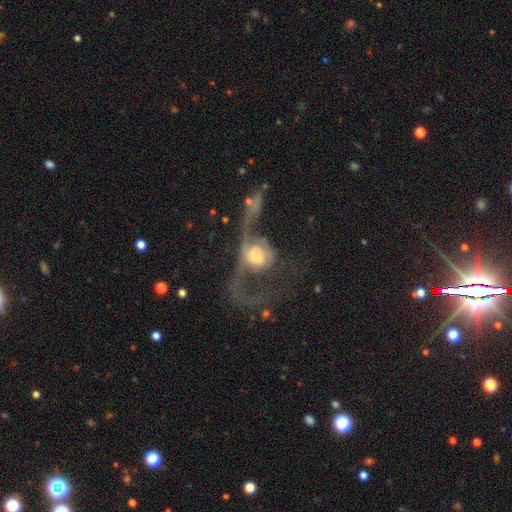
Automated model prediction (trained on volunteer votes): Morphology: type=featured or disk (61%); edge-on=no (93%); bar=no (74%); spiral arms=yes (65%); bulge=large (36%); merging=major disturbance (53%).